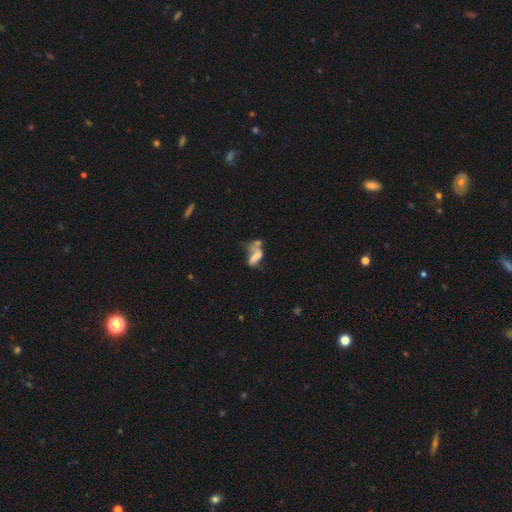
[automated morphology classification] type=smooth (53%); roundness=in between (80%); merging=merger (42%).